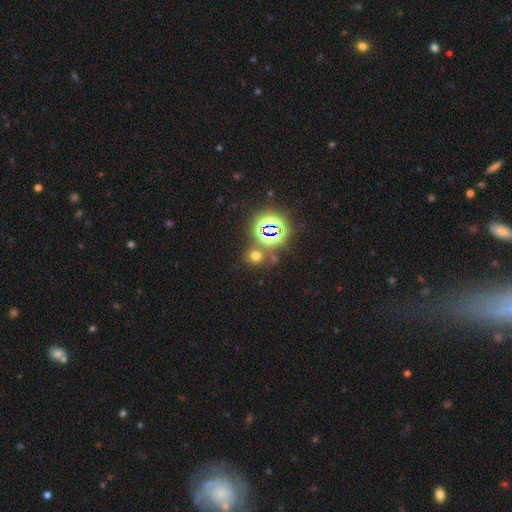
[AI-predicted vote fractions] smooth_or_featured: smooth (p=0.54) [alt: star or artifact p=0.39]
how_rounded: round (p=0.83) [alt: in between p=0.16]
merging: none (p=0.76) [alt: merger p=0.11]